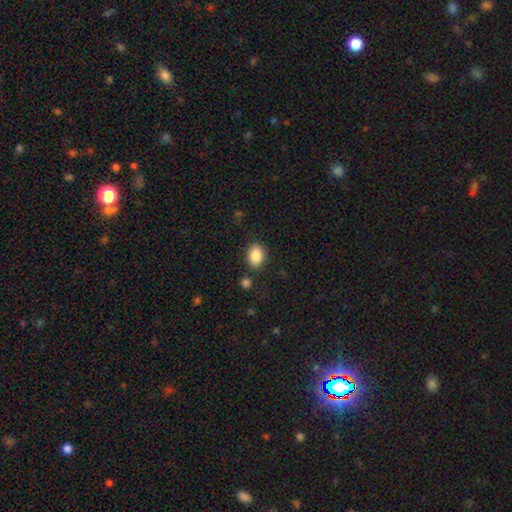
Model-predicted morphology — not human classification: A smooth galaxy with no disk features (87%) that is in between round and cigar-shaped (77%). Merging: none (82%).